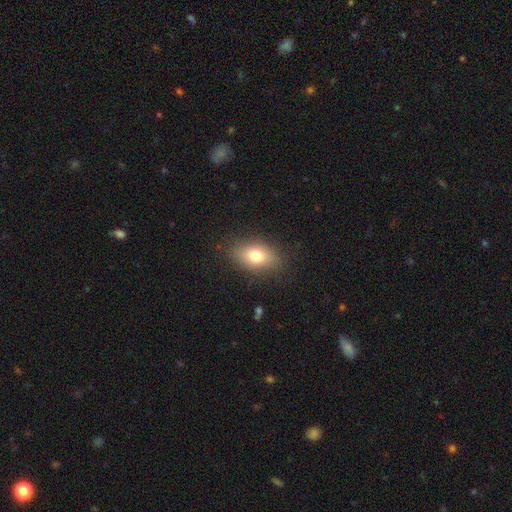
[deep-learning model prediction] Q: Smooth or featured?
A: smooth (76%); runner-up: featured or disk (15%)
Q: How rounded?
A: in between (85%); runner-up: round (12%)
Q: Merging?
A: none (83%); runner-up: minor disturbance (12%)